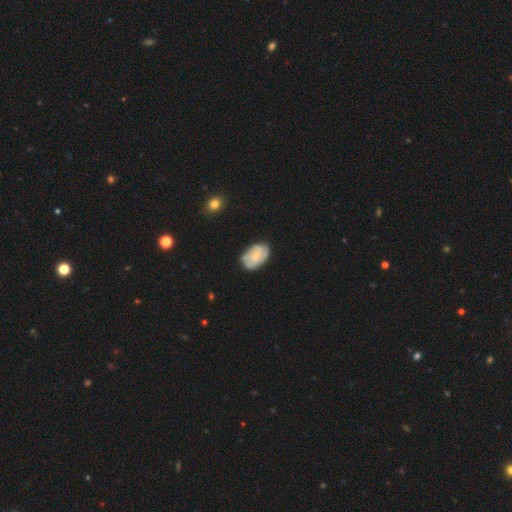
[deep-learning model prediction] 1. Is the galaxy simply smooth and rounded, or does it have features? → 53% featured or disk, 41% smooth, 6% star or artifact.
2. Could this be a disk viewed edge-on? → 97% no, 3% yes.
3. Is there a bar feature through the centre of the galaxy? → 63% no, 31% weak, 5% strong.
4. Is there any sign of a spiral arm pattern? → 73% yes, 27% no.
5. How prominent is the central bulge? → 62% small, 25% moderate, 10% none, 2% large, 1% dominant.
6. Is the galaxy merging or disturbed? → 67% none, 24% minor disturbance, 6% major disturbance, 3% merger.